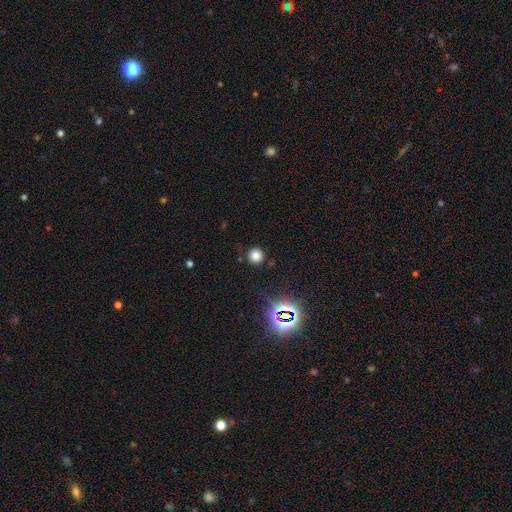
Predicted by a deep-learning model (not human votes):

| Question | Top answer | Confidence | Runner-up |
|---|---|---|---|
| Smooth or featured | smooth | 74% | star or artifact (20%) |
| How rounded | round | 94% | in between (5%) |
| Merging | none | 89% | minor disturbance (7%) |